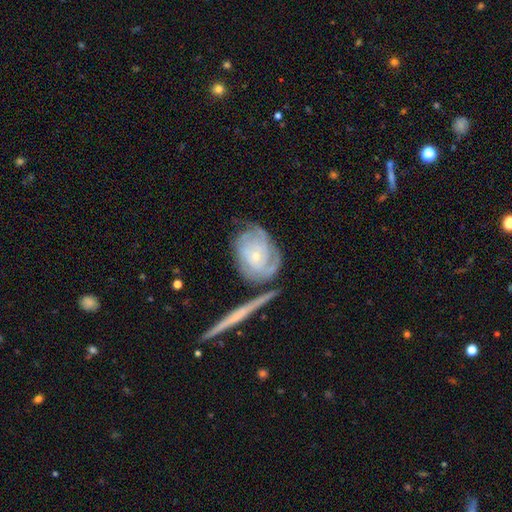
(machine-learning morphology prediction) type=featured or disk (74%); edge-on=no (94%); bar=no (80%); spiral arms=yes (89%); winding=tight (69%); arm count=can't tell (43%); bulge=small (74%); merging=none (56%).